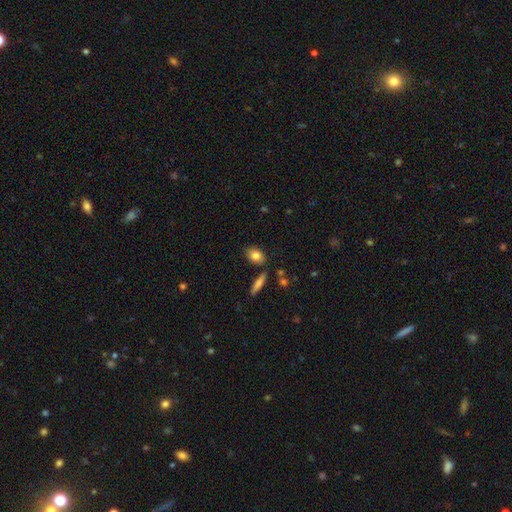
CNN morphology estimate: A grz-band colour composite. It shows a smooth galaxy with no disk features (81%) that is in between round and cigar-shaped (75%). Merging: none (81%).